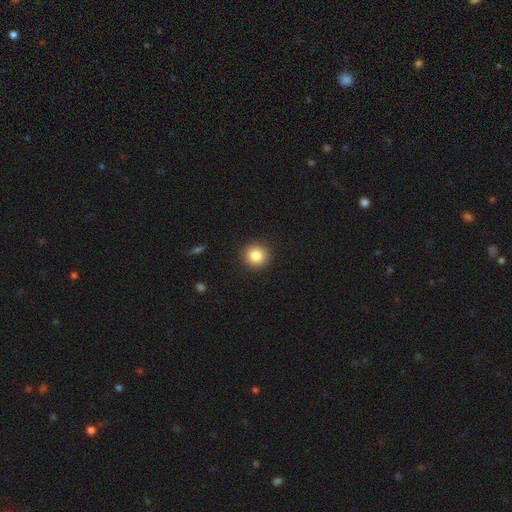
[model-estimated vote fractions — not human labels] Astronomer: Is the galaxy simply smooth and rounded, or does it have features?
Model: smooth — 85%.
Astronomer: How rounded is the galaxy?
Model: round — 93%.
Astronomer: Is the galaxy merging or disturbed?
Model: none — 92%.